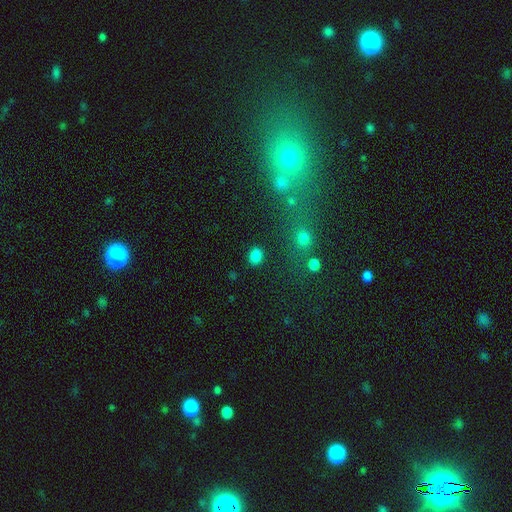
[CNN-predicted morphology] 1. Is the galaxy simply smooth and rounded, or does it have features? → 83% smooth, 13% star or artifact, 4% featured or disk.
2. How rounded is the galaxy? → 59% round, 40% in between, 1% cigar-shaped.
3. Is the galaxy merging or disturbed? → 86% none, 8% minor disturbance, 3% major disturbance, 3% merger.